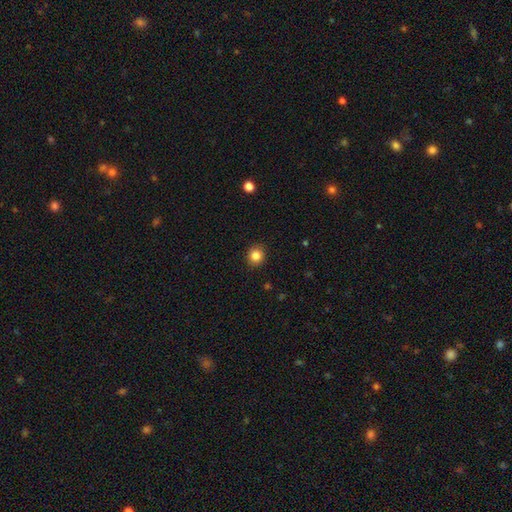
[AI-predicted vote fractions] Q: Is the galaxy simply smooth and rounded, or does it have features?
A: smooth — 84%.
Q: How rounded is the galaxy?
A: round — 86%.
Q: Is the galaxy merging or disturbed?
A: none — 91%.